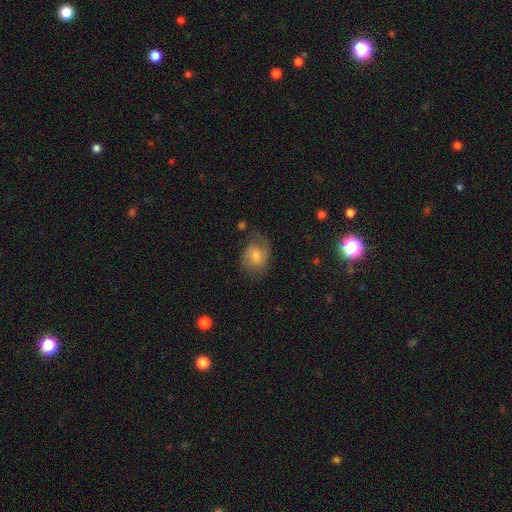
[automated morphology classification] featured or disk 58%, smooth 30%, star or artifact 11%. Down the decision tree: edge-on disk — no (97%); bar — no (62%); spiral arms — yes (89%); bulge size — moderate (48%); merging — none (61%).